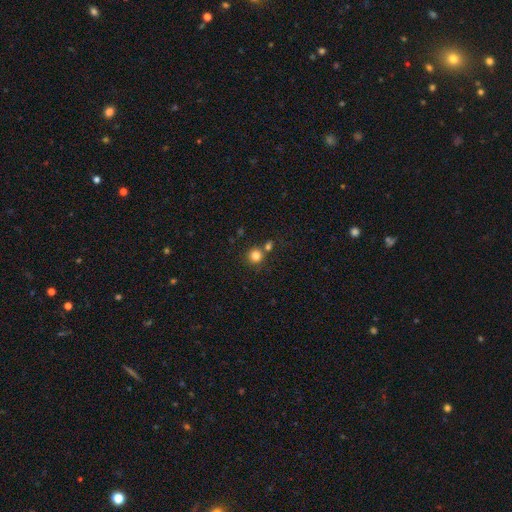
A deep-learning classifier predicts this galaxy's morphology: smooth_or_featured: smooth (p=0.81) [alt: star or artifact p=0.12]
how_rounded: round (p=0.91) [alt: in between p=0.08]
merging: none (p=0.66) [alt: merger p=0.22]